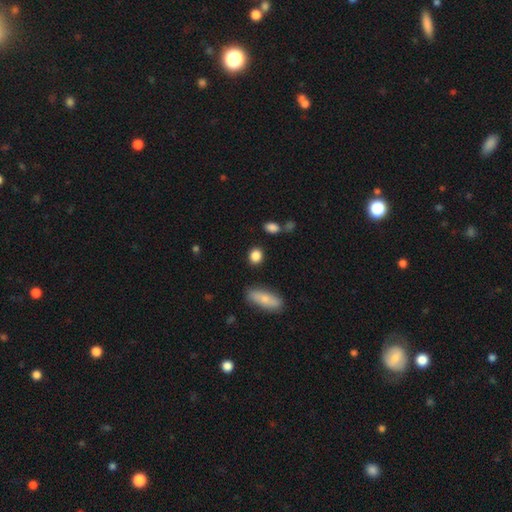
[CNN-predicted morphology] Smooth or featured? Predicted: smooth (p=0.86). How rounded? Predicted: round (p=0.62). Merging? Predicted: none (p=0.85).